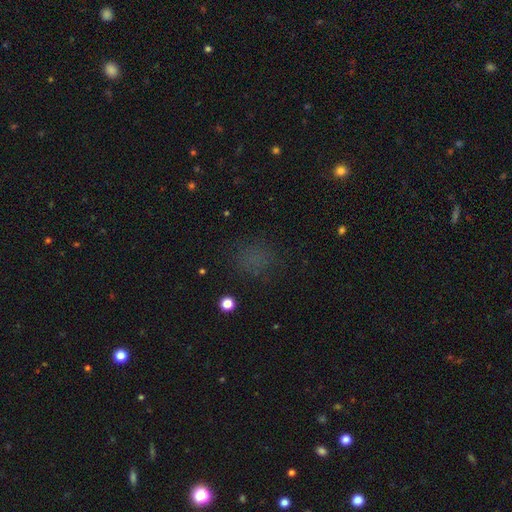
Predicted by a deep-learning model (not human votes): Q: Smooth or featured?
A: smooth (61%); runner-up: star or artifact (32%)
Q: How rounded?
A: round (74%); runner-up: in between (25%)
Q: Merging?
A: none (79%); runner-up: minor disturbance (12%)